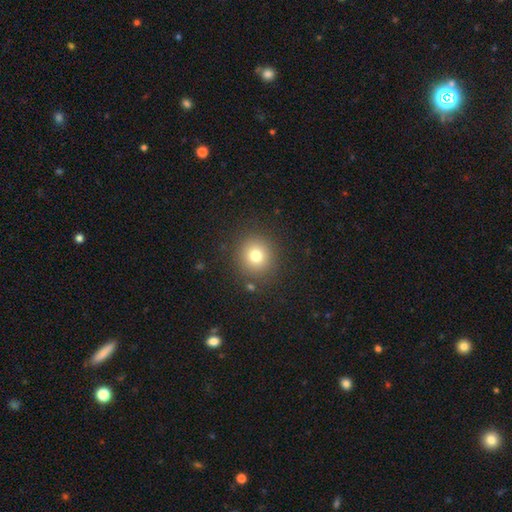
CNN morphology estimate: type=smooth (77%); roundness=round (92%); merging=none (88%).